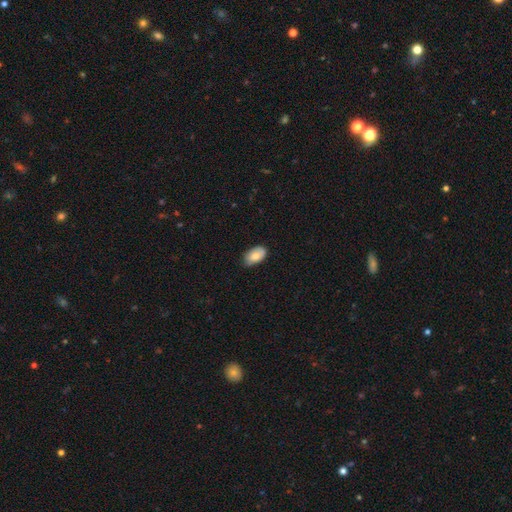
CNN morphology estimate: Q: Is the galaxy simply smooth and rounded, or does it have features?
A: smooth — 79%.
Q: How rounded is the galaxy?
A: in between — 93%.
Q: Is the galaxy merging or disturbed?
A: none — 70%.